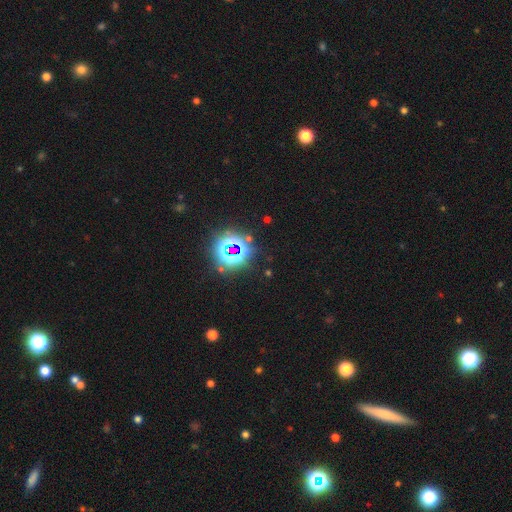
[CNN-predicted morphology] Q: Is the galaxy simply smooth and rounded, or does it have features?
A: star or artifact — 82%.